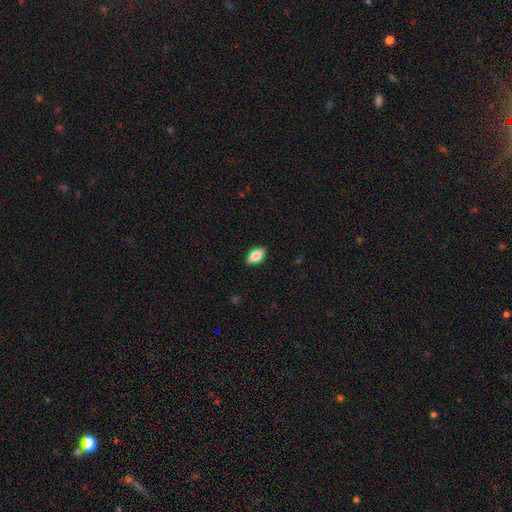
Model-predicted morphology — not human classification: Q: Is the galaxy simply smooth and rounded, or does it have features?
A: smooth — 78%.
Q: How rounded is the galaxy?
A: in between — 89%.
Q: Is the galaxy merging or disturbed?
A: none — 88%.